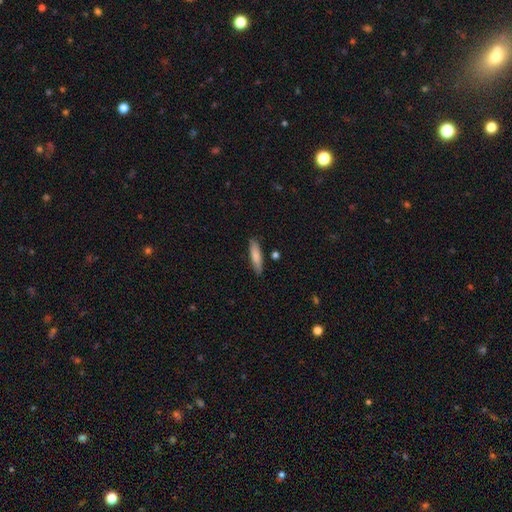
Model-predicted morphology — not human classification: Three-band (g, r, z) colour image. It shows a smooth galaxy with no disk features (81%) that is cigar-shaped (73%). Merging: none (85%).